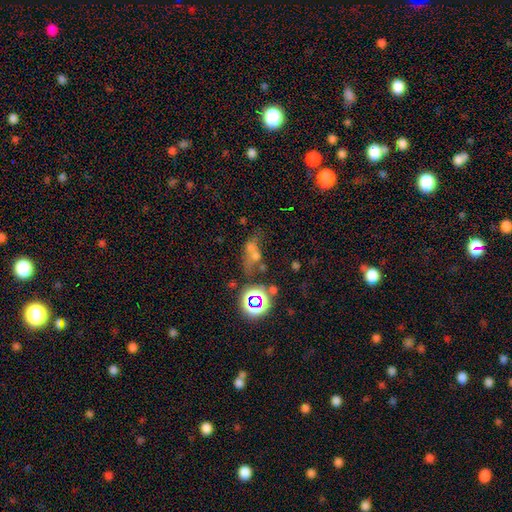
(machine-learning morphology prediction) Overall: smooth (45%; star or artifact 30%). Merging: none (36%; merger 30%).